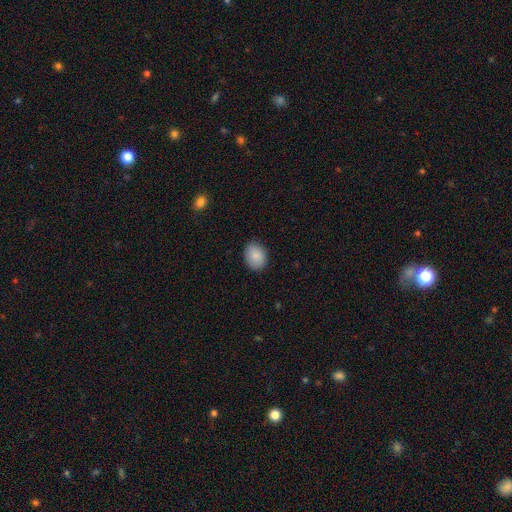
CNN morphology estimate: A smooth galaxy with no disk features (88%) that is in between round and cigar-shaped (59%). Merging: none (85%).